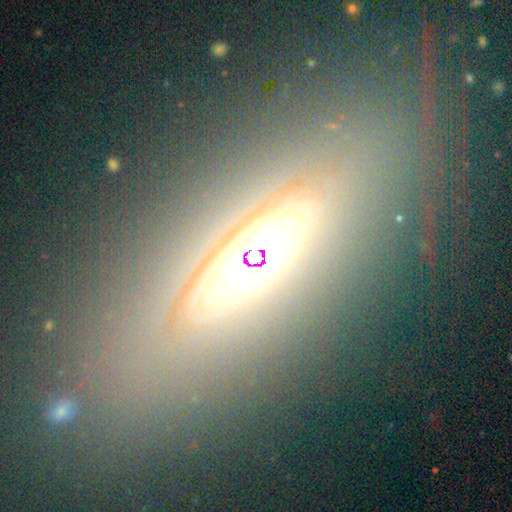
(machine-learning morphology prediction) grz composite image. It shows a featured or disk galaxy (62%) viewed edge-on (54%). Merging: none (80%).